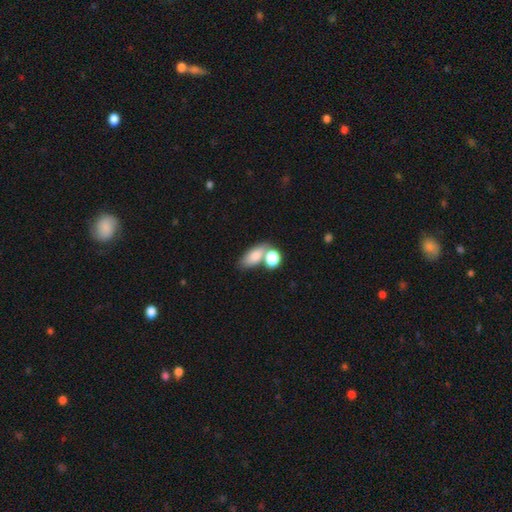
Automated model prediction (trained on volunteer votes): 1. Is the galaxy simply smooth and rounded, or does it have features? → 79% smooth, 12% featured or disk, 9% star or artifact.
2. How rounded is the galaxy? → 83% in between, 12% round, 5% cigar-shaped.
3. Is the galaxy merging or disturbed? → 41% merger, 40% none, 13% minor disturbance, 6% major disturbance.